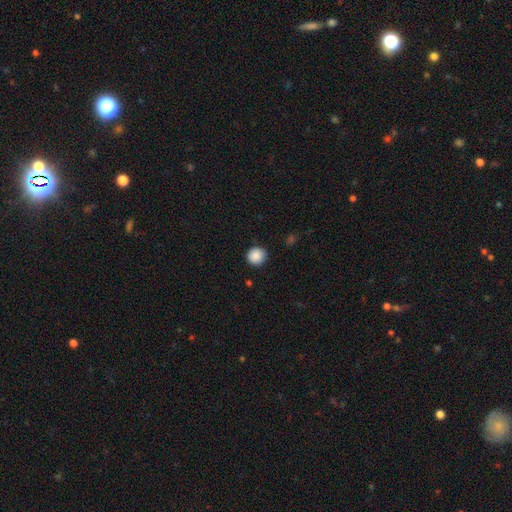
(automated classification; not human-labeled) This appears to be a smooth galaxy with no disk features (88%) that is round (93%). Merging: none (90%).